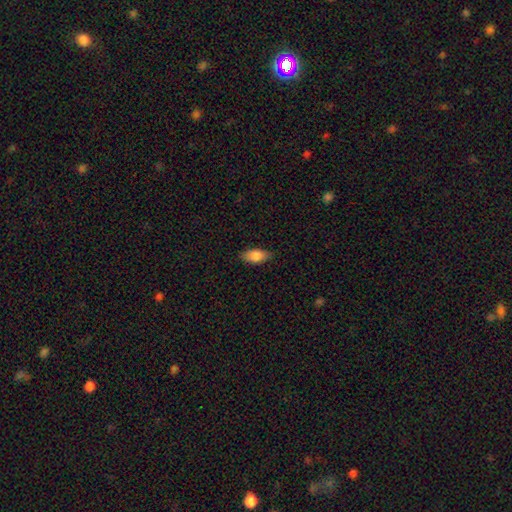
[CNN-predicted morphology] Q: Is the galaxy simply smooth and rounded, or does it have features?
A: smooth — 84%.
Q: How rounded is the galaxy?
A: in between — 87%.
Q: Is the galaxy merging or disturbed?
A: none — 85%.